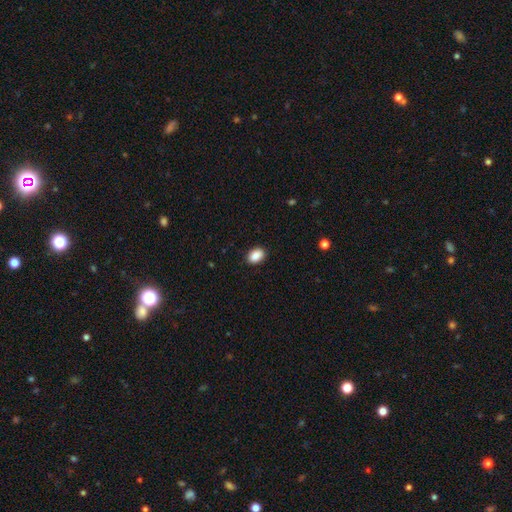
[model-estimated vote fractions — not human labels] This is clearly a smooth galaxy (90%). How rounded: clearly in between (83%). Merging: clearly none (90%).